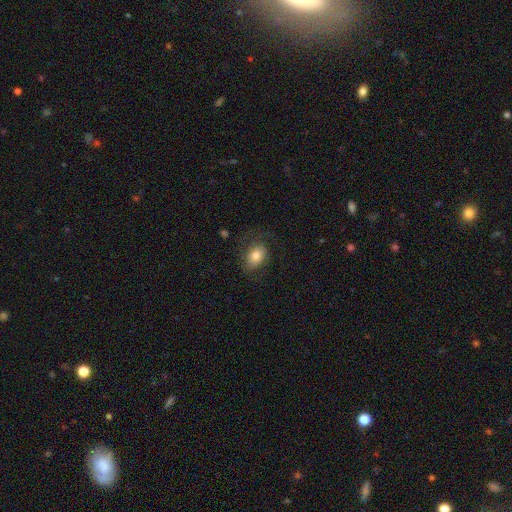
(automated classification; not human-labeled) smooth_or_featured: smooth (p=0.74) [alt: featured or disk p=0.18]
how_rounded: in between (p=0.77) [alt: round p=0.22]
merging: none (p=0.63) [alt: minor disturbance p=0.21]